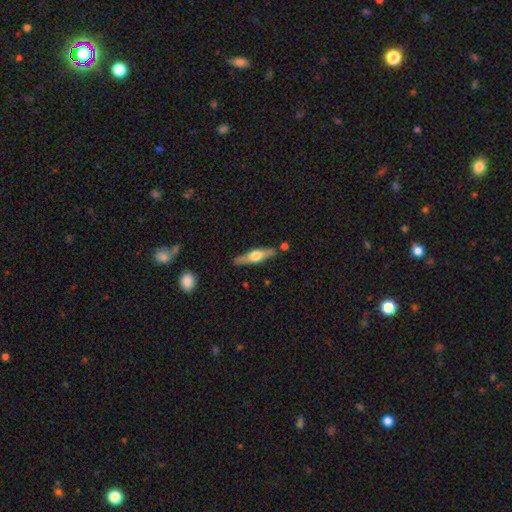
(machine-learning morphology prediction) Smooth or featured? featured or disk (60%)
Edge-on disk? yes (94%)
Edge-on bulge? rounded (91%)
Merging? none (82%)